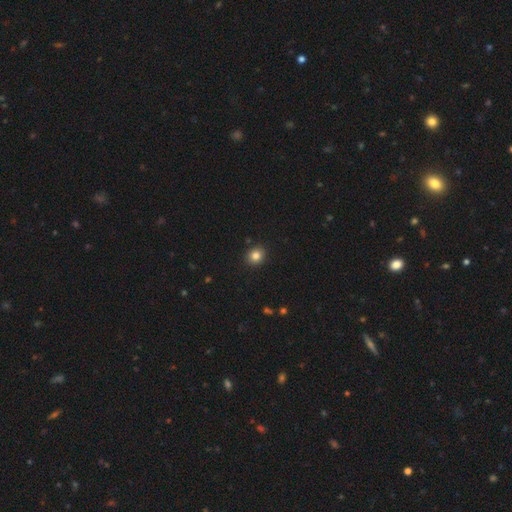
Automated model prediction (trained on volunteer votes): This is clearly a smooth galaxy (83%). How rounded: likely round (79%). Merging: clearly none (91%).